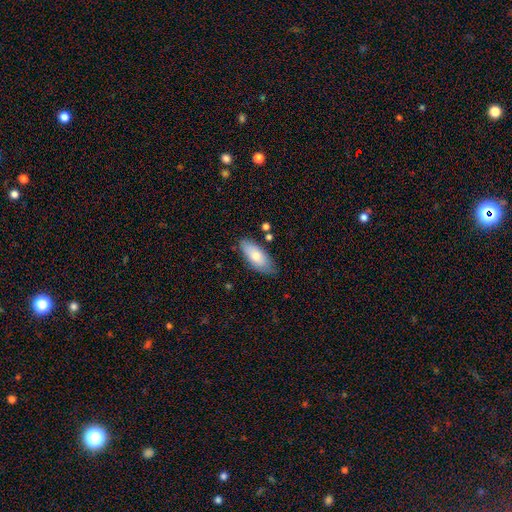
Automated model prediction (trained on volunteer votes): This is likely a smooth galaxy (73%). How rounded: clearly in between (84%). Merging: likely none (75%).